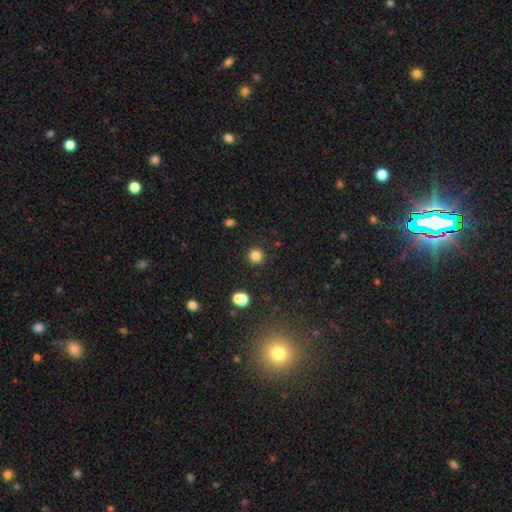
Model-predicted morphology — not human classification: Overall: smooth (83%). How rounded: round (94%). Merging: none (91%).